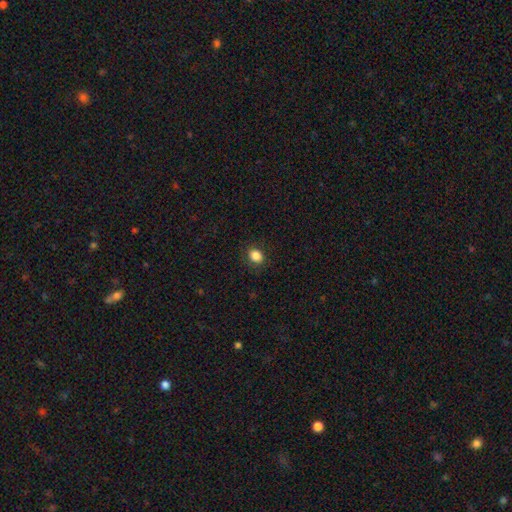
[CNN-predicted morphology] Overall: smooth (86%). How rounded: round (51%; in between 48%). Merging: none (87%).